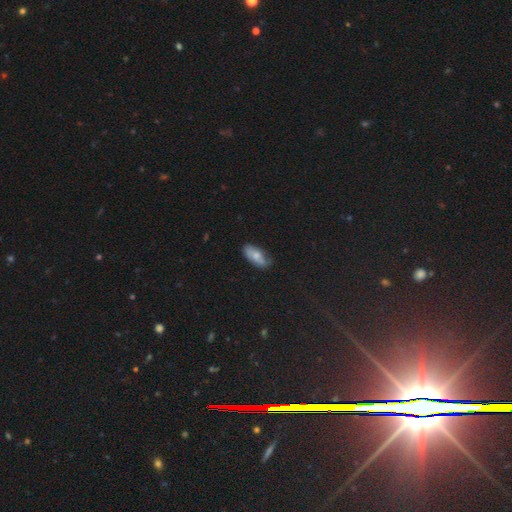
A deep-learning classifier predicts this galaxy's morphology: Smooth or featured? smooth (65%)
How rounded? in between (86%)
Merging? none (66%)